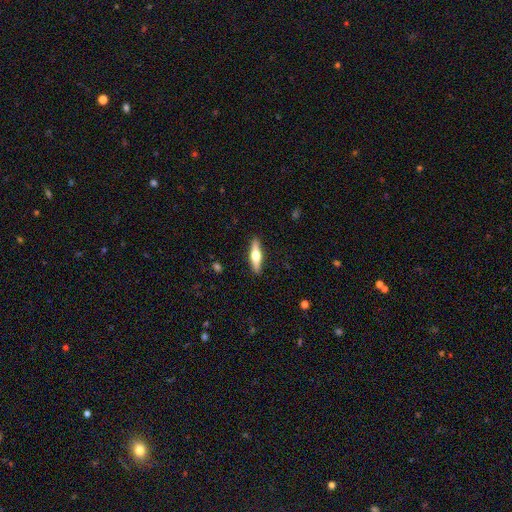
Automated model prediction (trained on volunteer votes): A featured or disk galaxy (53%) viewed edge-on (94%). Merging: none (90%).